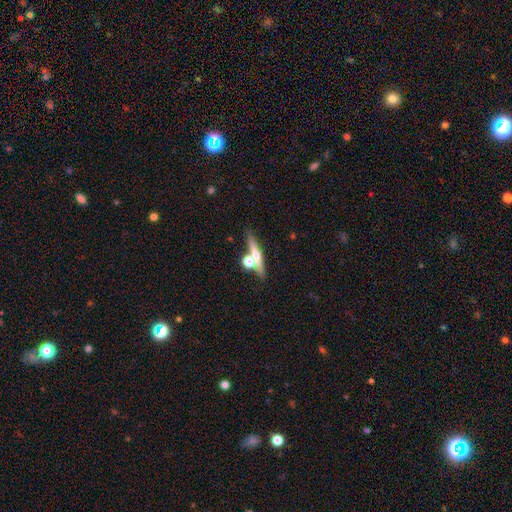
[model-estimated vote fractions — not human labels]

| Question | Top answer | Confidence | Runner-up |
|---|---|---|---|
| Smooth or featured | smooth | 46% | featured or disk (42%) |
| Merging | none | 64% | merger (23%) |